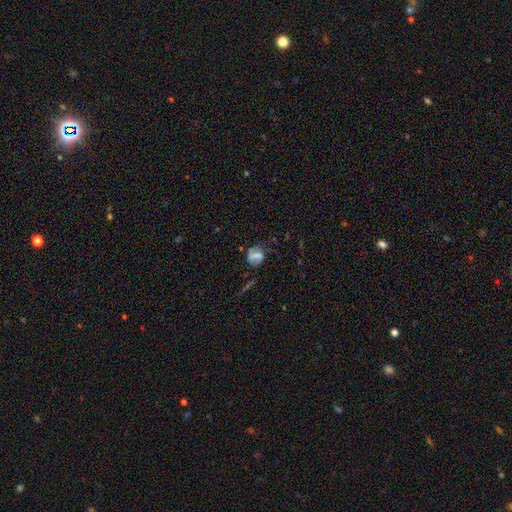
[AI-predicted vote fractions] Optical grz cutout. It shows a smooth galaxy with no disk features (53%) that is round (68%). Merging: none (65%).